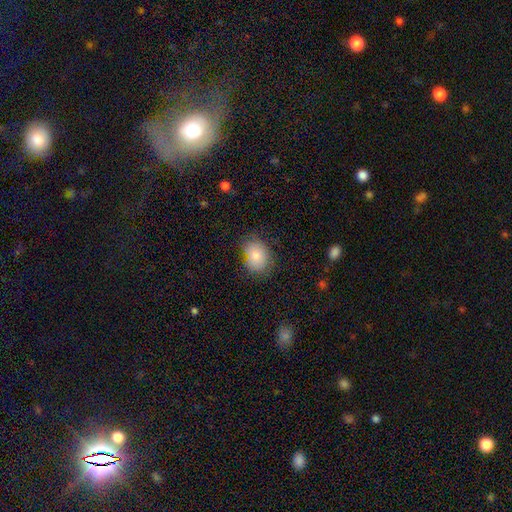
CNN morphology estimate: Smooth or featured? smooth (80%)
How rounded? in between (62%)
Merging? none (67%)